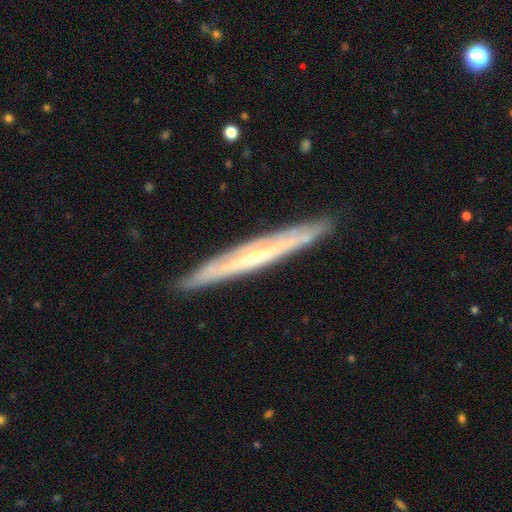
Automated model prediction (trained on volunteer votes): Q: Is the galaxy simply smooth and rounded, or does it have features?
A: featured or disk — 76%.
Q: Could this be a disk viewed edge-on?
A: yes — 88%.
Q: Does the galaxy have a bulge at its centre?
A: rounded — 59%.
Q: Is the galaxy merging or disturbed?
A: none — 89%.